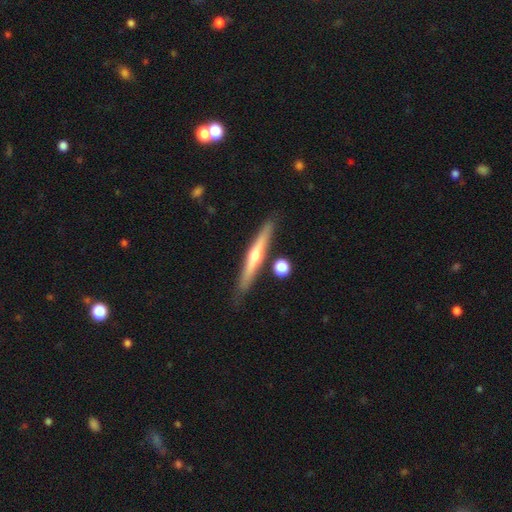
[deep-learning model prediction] This is likely a featured or disk galaxy (65%). It is clearly viewed edge-on (96%). Edge-on bulge: clearly rounded (84%). Merging: clearly none (84%).